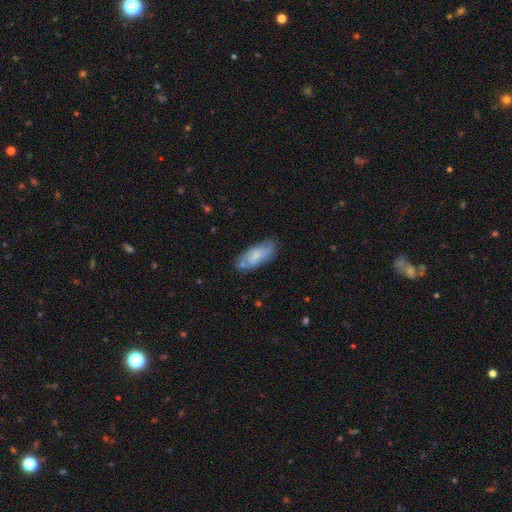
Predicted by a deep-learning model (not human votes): Smooth or featured? smooth (59%)
How rounded? in between (78%)
Merging? none (62%)